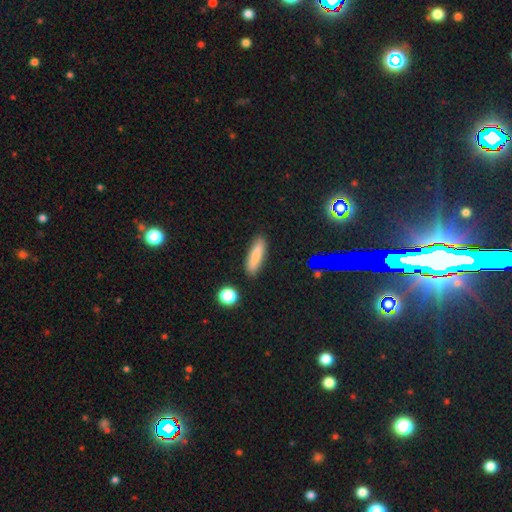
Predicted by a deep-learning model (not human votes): Overall: smooth (82%). How rounded: cigar-shaped (64%; in between 34%). Merging: none (88%).